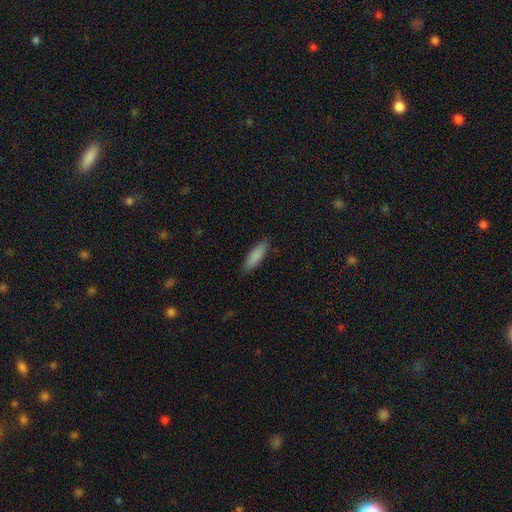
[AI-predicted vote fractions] A smooth galaxy with no disk features (87%) that is cigar-shaped (53%). Merging: none (86%).